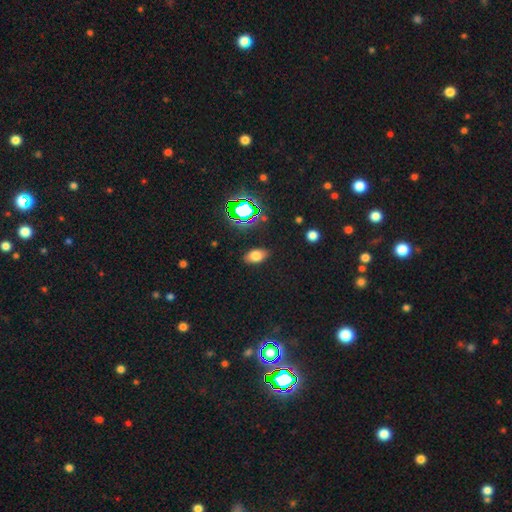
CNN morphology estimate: smooth 71%, star or artifact 18%, featured or disk 11%. Down the decision tree: how rounded — in between (89%); merging — none (85%).